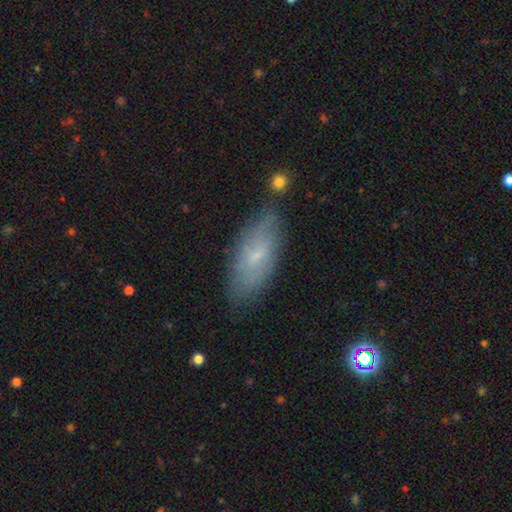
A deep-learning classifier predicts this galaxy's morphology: This is possibly a smooth galaxy (50%). How rounded: likely in between (78%). Merging: likely none (74%).